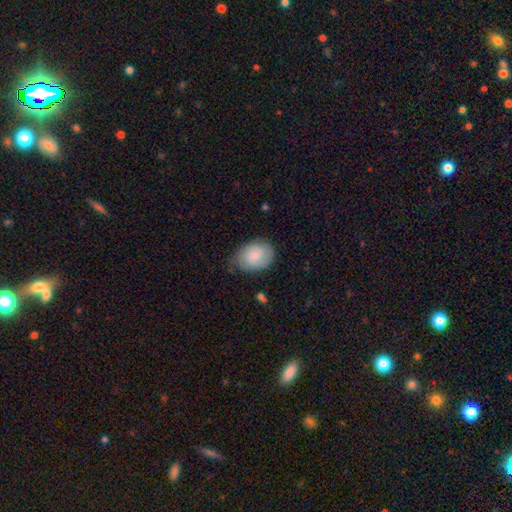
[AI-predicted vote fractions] A smooth galaxy with no disk features (74%) that is in between round and cigar-shaped (71%).

Vote fractions:
- Smooth or featured? smooth: 74% / featured or disk: 20% / star or artifact: 6%
- How rounded? in between: 71% / round: 28% / cigar-shaped: 1%
- Merging? none: 68% / minor disturbance: 25% / major disturbance: 6% / merger: 1%